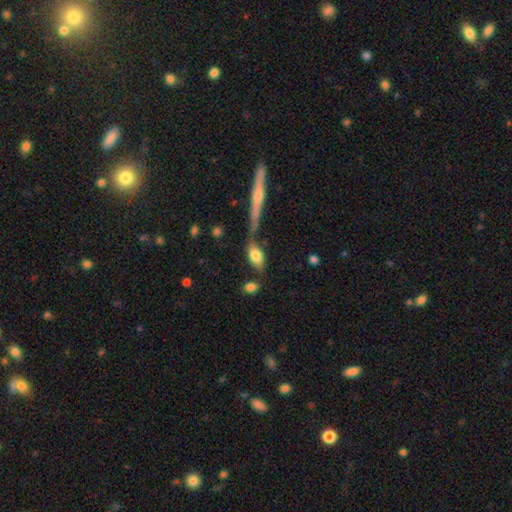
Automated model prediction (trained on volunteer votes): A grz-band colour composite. It shows a smooth galaxy with no disk features (76%) that is in between round and cigar-shaped (85%). Merging: none (54%).